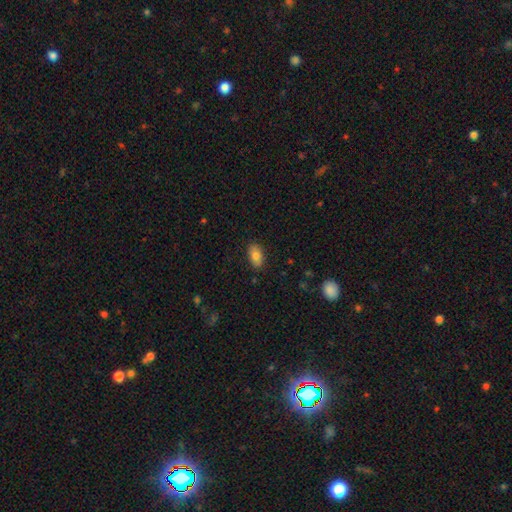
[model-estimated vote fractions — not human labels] Morphology: type=smooth (82%); roundness=in between (91%); merging=none (87%).